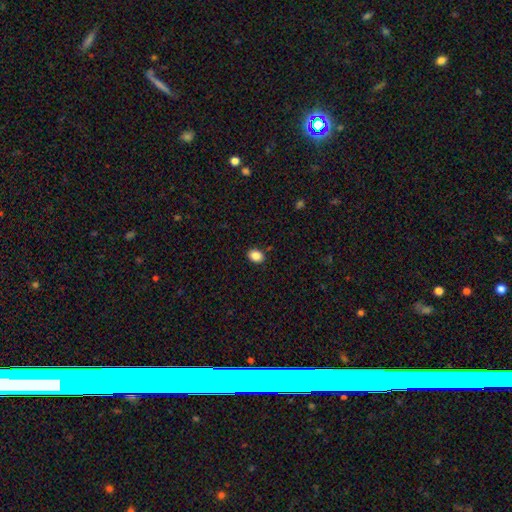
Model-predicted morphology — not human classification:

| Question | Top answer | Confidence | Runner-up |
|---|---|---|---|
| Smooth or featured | smooth | 87% | star or artifact (9%) |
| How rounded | in between | 64% | round (35%) |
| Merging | none | 88% | minor disturbance (8%) |